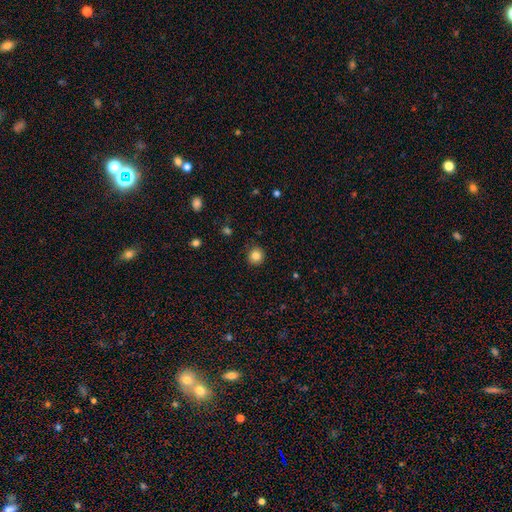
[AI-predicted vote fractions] Morphology: type=smooth (83%); roundness=round (91%); merging=none (90%).